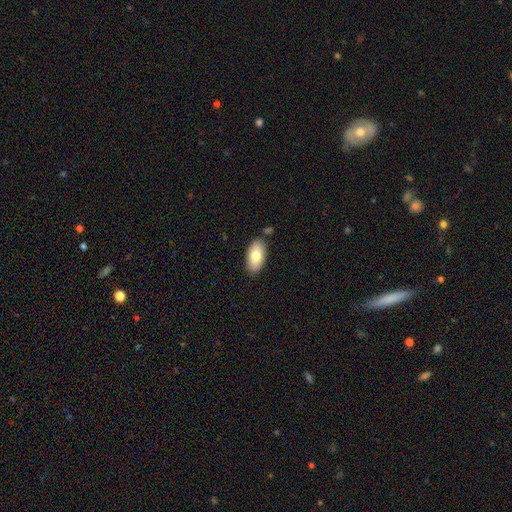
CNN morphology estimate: type=smooth (77%); roundness=in between (94%); merging=none (83%).